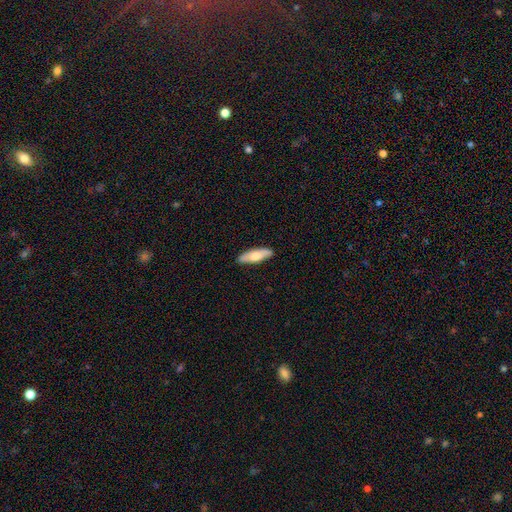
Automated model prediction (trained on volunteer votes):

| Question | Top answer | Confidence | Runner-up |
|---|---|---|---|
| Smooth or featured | smooth | 68% | featured or disk (27%) |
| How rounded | cigar-shaped | 56% | in between (42%) |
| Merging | none | 87% | minor disturbance (10%) |